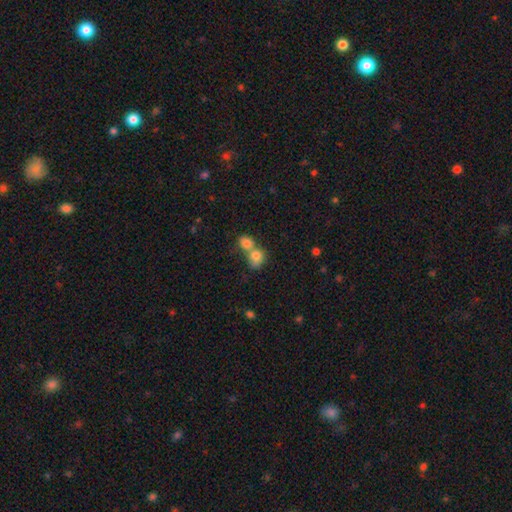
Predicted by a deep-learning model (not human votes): Smooth or featured?
  - smooth: 78% *
  - featured or disk: 12%
  - star or artifact: 10%
How rounded?
  - round: 60% *
  - in between: 39%
  - cigar-shaped: 1%
Merging?
  - merger: 65% *
  - none: 25%
  - minor disturbance: 6%
  - major disturbance: 3%